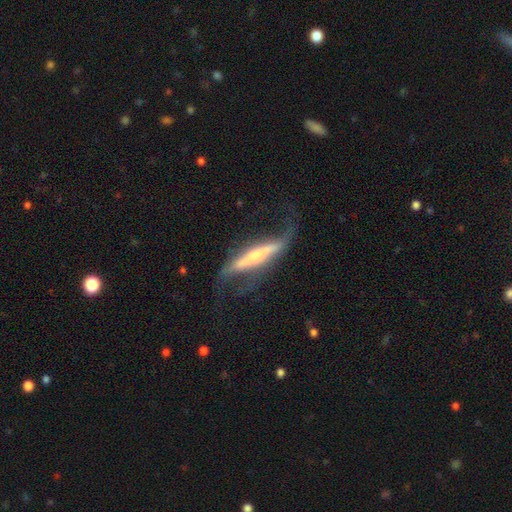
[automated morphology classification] smooth_or_featured: featured or disk (p=0.73) [alt: smooth p=0.21]
disk_edge_on: yes (p=0.69) [alt: no p=0.31]
edge_on_bulge: rounded (p=0.60) [alt: none p=0.24]
merging: none (p=0.49) [alt: major disturbance p=0.27]